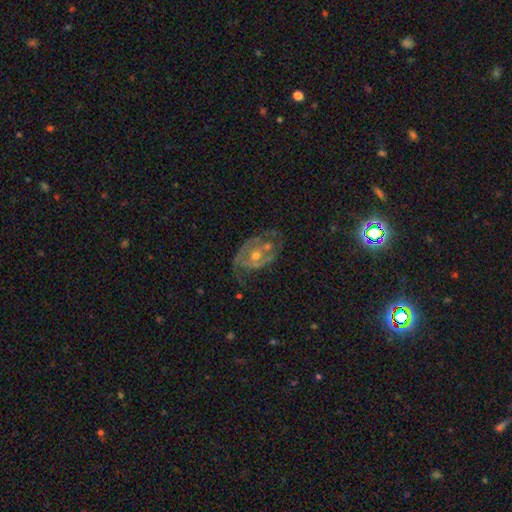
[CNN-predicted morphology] A featured or disk galaxy (81%) with no bar (70%), 2 (53%) tight (41%) spiral arms (78%) and a moderate central bulge (63%). Merging: none (52%).